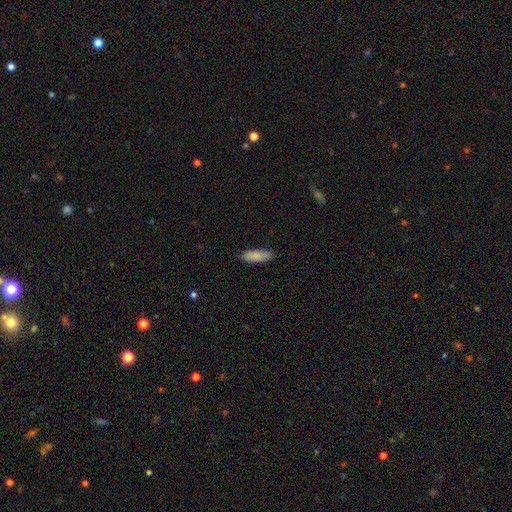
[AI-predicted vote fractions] This is clearly a smooth galaxy (86%). How rounded: likely in between (61%). Merging: clearly none (85%).